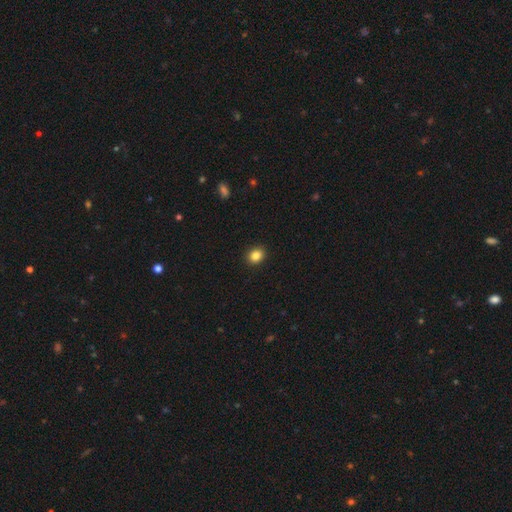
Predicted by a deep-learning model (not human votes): Smooth or featured? Predicted: smooth (p=0.85). How rounded? Predicted: round (p=0.64). Merging? Predicted: none (p=0.92).